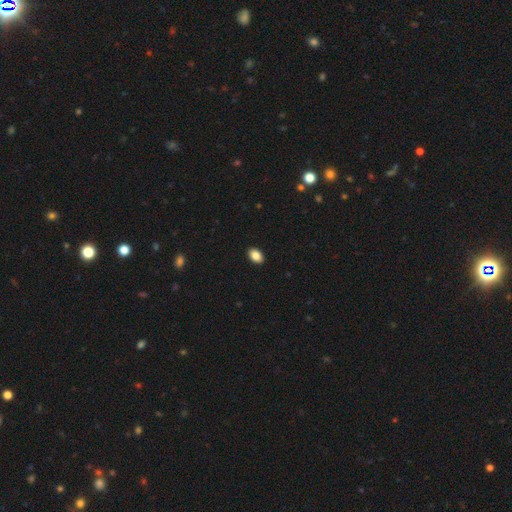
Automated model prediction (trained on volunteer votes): Smooth or featured: smooth — 87% (star or artifact — 8%)
How rounded: in between — 86% (round — 13%)
Merging: none — 91% (minor disturbance — 6%)